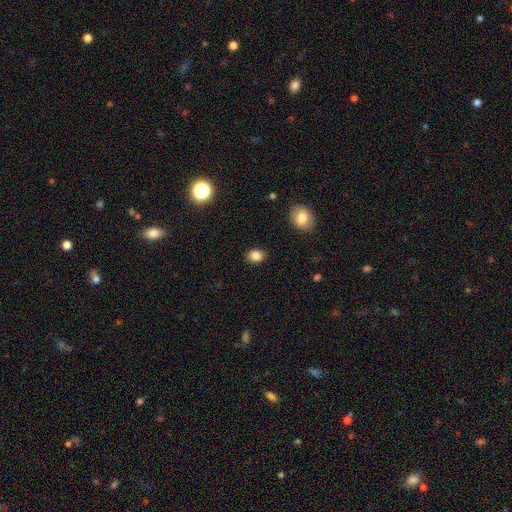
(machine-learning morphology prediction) A smooth galaxy with no disk features (84%) that is in between round and cigar-shaped (55%).

Vote fractions:
- Smooth or featured? smooth: 84% / star or artifact: 11% / featured or disk: 5%
- How rounded? in between: 55% / round: 43% / cigar-shaped: 1%
- Merging? none: 87% / minor disturbance: 10% / major disturbance: 2% / merger: 1%